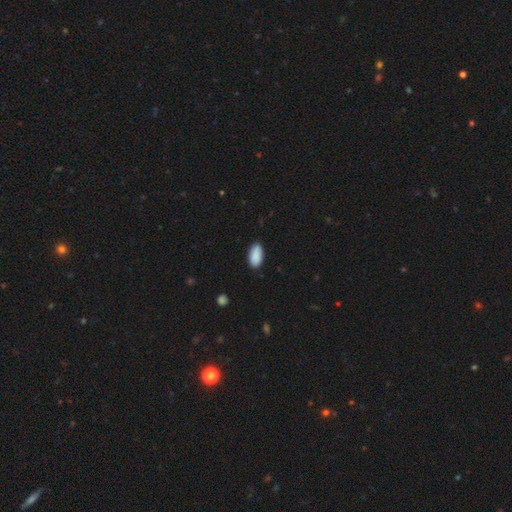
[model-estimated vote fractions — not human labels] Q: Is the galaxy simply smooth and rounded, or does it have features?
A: smooth — 90%.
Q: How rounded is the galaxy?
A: in between — 94%.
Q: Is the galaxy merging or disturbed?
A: none — 86%.